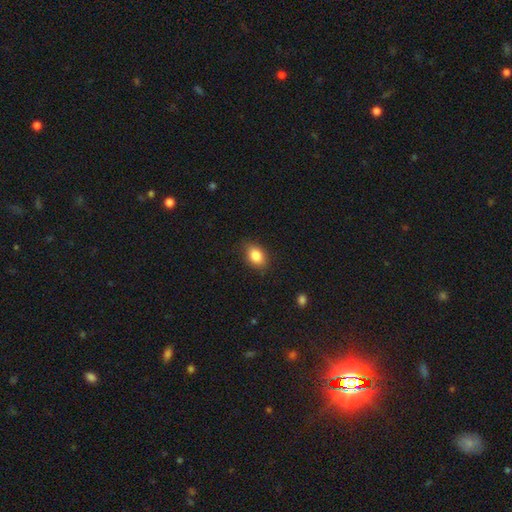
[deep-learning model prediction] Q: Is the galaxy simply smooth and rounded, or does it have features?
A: smooth — 85%.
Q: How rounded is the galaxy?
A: in between — 79%.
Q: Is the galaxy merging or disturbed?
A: none — 83%.